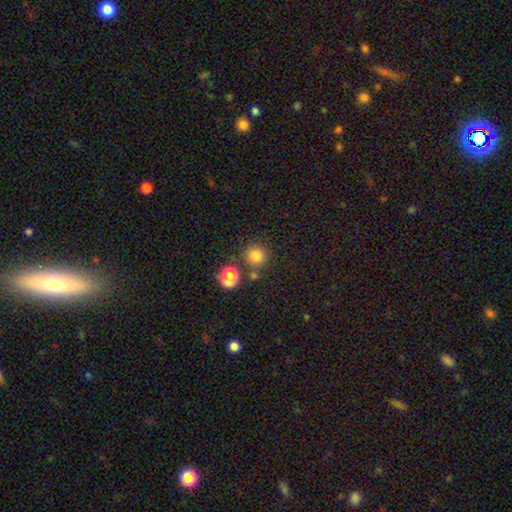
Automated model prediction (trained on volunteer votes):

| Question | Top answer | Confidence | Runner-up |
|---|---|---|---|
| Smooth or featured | smooth | 79% | star or artifact (14%) |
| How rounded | round | 91% | in between (8%) |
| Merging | none | 76% | merger (11%) |